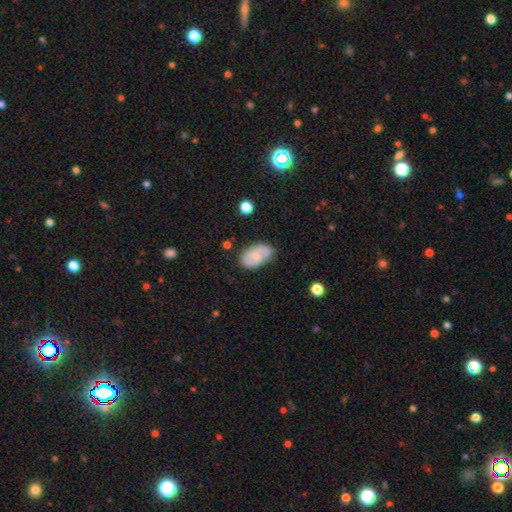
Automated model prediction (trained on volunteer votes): Smooth or featured: smooth — 52% (featured or disk — 41%)
How rounded: in between — 91% (round — 7%)
Merging: none — 66% (minor disturbance — 25%)